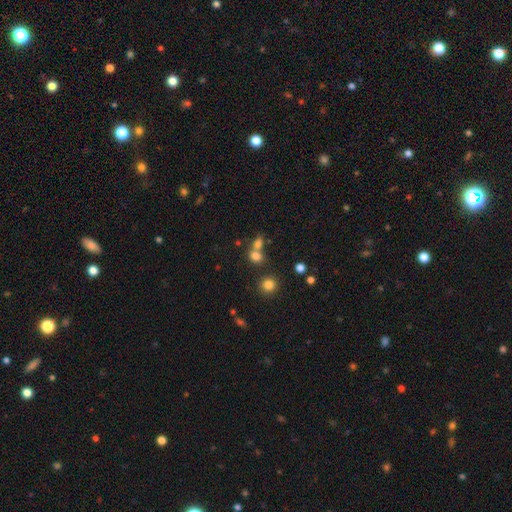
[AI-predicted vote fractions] smooth 74%, star or artifact 16%, featured or disk 10%. Down the decision tree: how rounded — round (57%); merging — merger (46%).